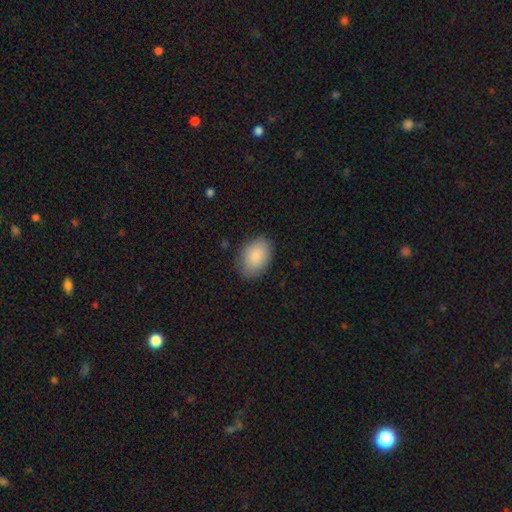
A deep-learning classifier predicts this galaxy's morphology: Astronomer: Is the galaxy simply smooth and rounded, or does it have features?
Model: smooth — 87%.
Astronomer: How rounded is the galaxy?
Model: in between — 87%.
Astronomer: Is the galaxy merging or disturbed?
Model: none — 83%.